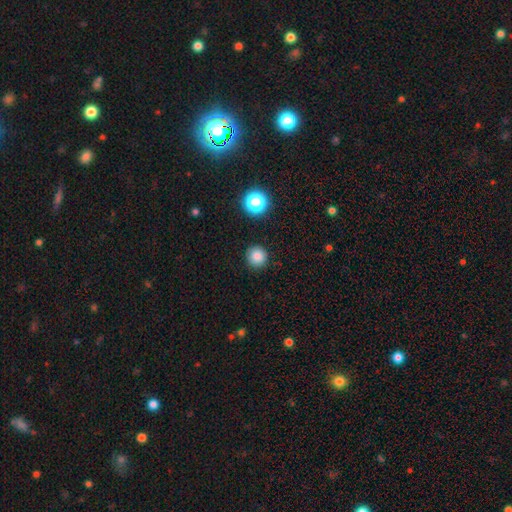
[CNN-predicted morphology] smooth-or-featured: smooth: 83% | star or artifact: 12% | featured or disk: 5%
  how-rounded: round: 95% | in between: 4% | cigar-shaped: 1%
  merging: none: 91% | minor disturbance: 5% | major disturbance: 2% | merger: 1%